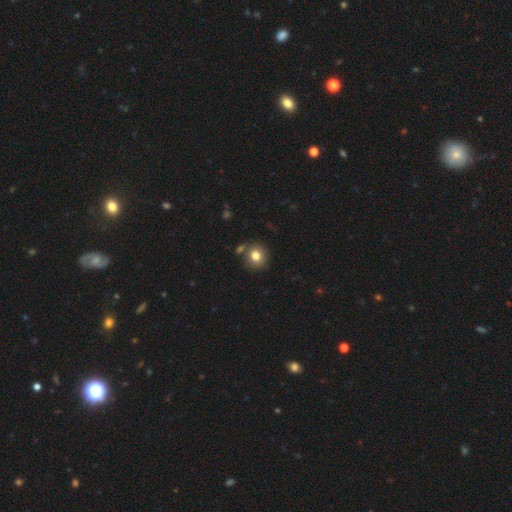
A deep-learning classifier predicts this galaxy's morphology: Overall: smooth (80%). How rounded: round (87%). Merging: none (77%).